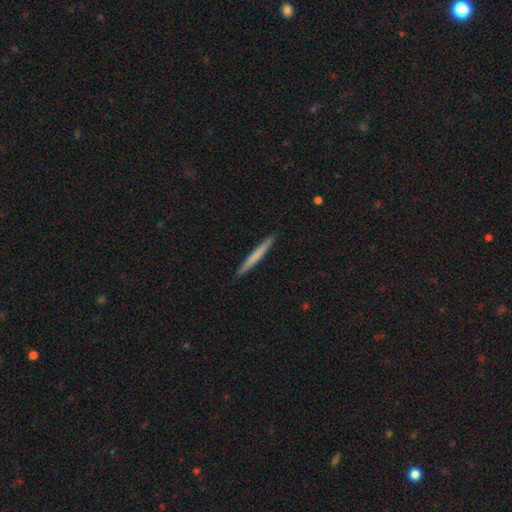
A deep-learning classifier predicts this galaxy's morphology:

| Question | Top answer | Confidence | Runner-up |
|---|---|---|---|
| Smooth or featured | smooth | 63% | featured or disk (32%) |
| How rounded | cigar-shaped | 97% | in between (2%) |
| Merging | none | 92% | minor disturbance (5%) |